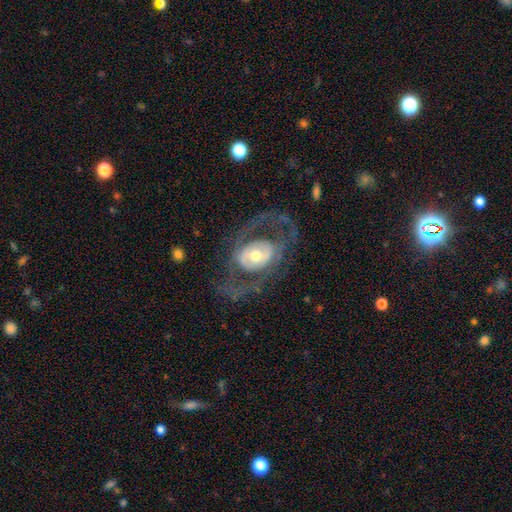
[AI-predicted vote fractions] smooth-or-featured: featured or disk: 75% | smooth: 20% | star or artifact: 5%
  disk-edge-on: no: 93% | yes: 7%
    bar: no: 65% | weak: 23% | strong: 11%
    has-spiral-arms: yes: 55% | no: 45%
    bulge-size: moderate: 66% | small: 16% | large: 15% | dominant: 2% | none: 1%
  merging: none: 60% | major disturbance: 24% | minor disturbance: 14% | merger: 2%